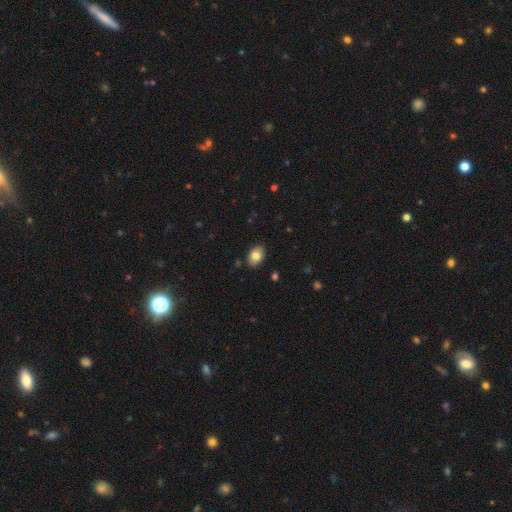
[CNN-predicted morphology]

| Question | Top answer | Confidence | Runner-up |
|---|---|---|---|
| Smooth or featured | smooth | 82% | featured or disk (11%) |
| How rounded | in between | 82% | round (17%) |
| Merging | none | 88% | minor disturbance (9%) |